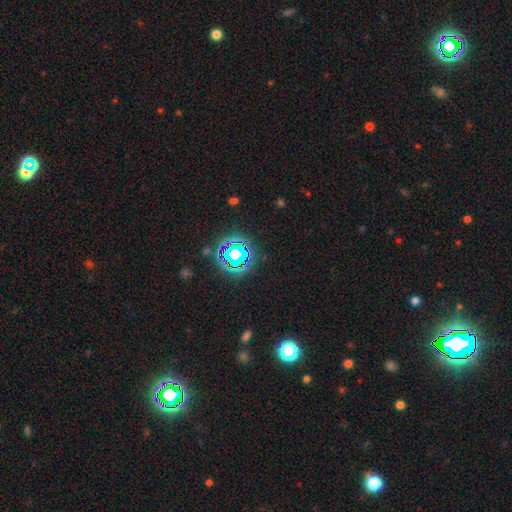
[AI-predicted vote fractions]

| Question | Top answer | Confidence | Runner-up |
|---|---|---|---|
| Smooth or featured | star or artifact | 80% | smooth (13%) |